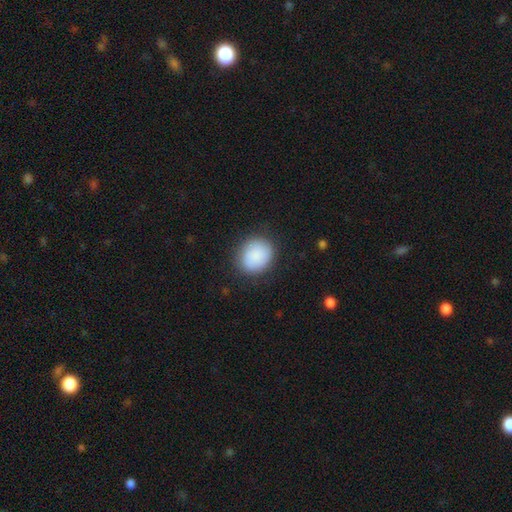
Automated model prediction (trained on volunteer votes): Smooth or featured: smooth — 88% (star or artifact — 7%)
How rounded: round — 68% (in between — 31%)
Merging: none — 84% (minor disturbance — 11%)